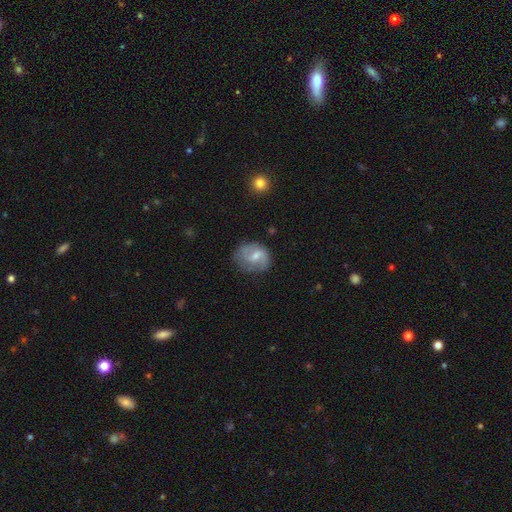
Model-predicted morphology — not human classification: Q: Smooth or featured?
A: featured or disk (56%); runner-up: smooth (36%)
Q: Edge-on disk?
A: no (97%); runner-up: yes (3%)
Q: Bar?
A: weak (55%); runner-up: no (29%)
Q: Spiral arms?
A: yes (79%); runner-up: no (21%)
Q: Bulge size?
A: moderate (47%); runner-up: small (43%)
Q: Merging?
A: none (66%); runner-up: minor disturbance (24%)